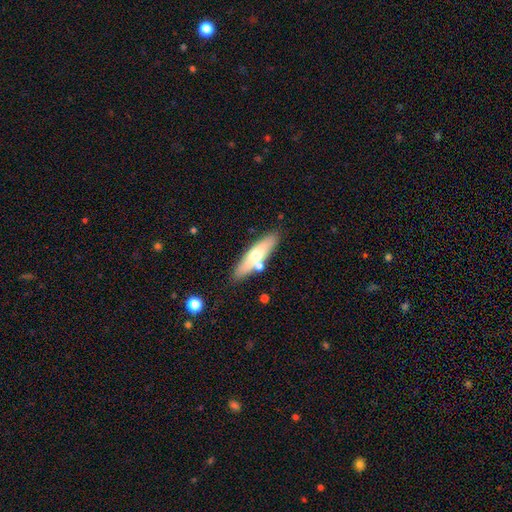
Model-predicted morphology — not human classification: A smooth galaxy with no disk features (56%) that is cigar-shaped (66%). Merging: none (76%).